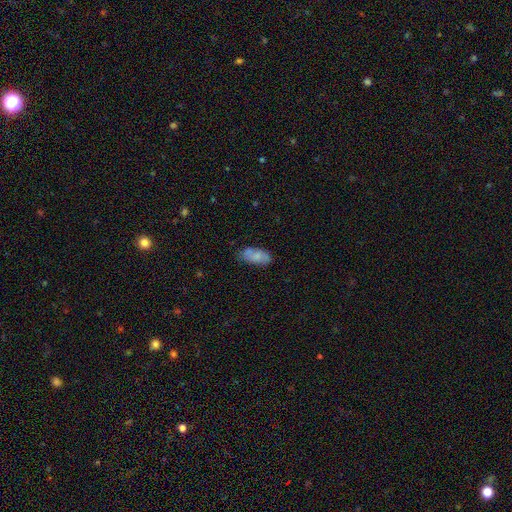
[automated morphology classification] smooth 74%, featured or disk 19%, star or artifact 7%. Down the decision tree: how rounded — in between (89%); merging — none (73%).